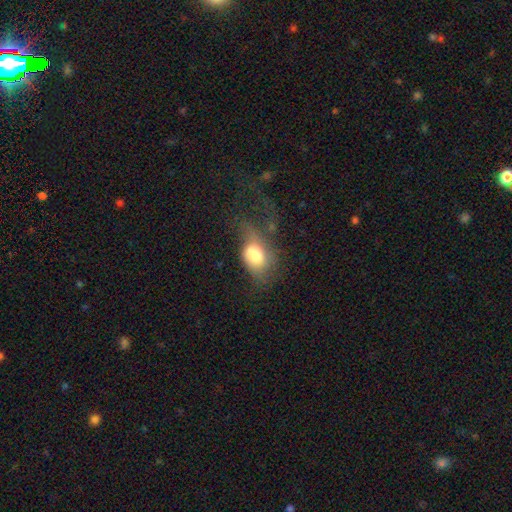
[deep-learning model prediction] The model was most divided on "merging": major disturbance: 51%, minor disturbance: 21%, none: 19%, merger: 9%. More confident: how rounded — in between (80%); smooth or featured — smooth (67%).